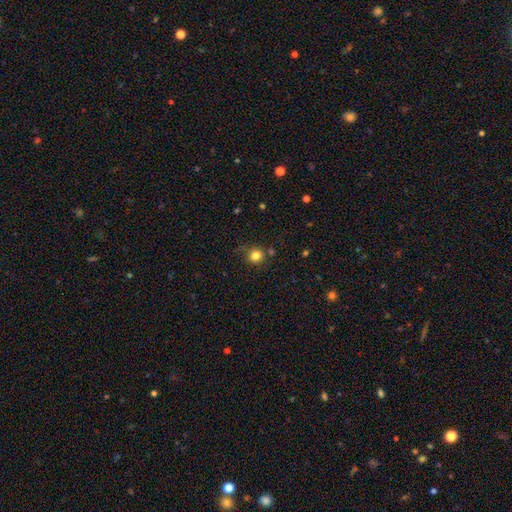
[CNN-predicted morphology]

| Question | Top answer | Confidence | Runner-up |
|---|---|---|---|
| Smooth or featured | smooth | 82% | star or artifact (13%) |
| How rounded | round | 88% | in between (11%) |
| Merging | none | 77% | minor disturbance (13%) |